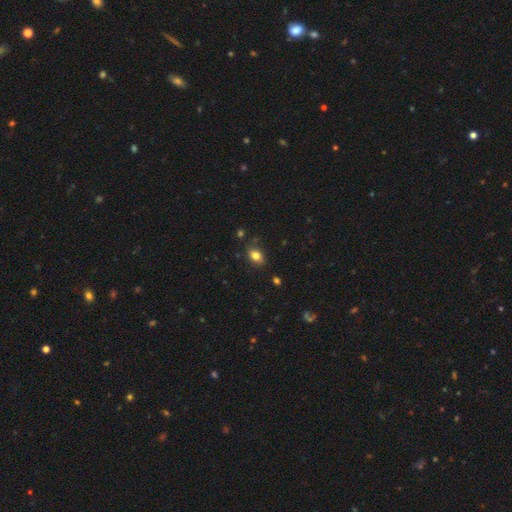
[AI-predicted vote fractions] smooth-or-featured: smooth: 81% | star or artifact: 10% | featured or disk: 9%
  how-rounded: in between: 78% | round: 20% | cigar-shaped: 2%
  merging: none: 80% | minor disturbance: 14% | major disturbance: 3% | merger: 2%